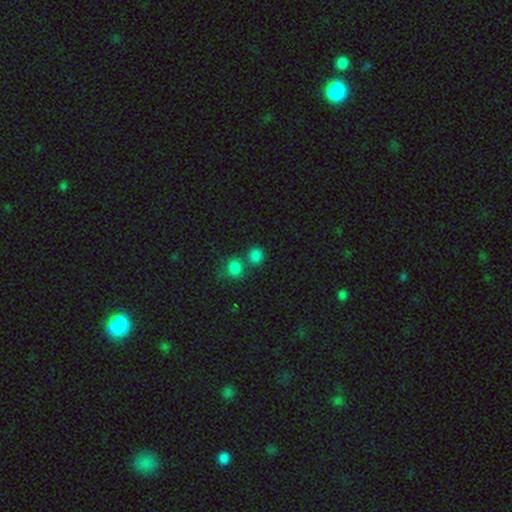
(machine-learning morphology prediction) The model was most divided on "merging": none: 57%, merger: 32%, minor disturbance: 8%, major disturbance: 4%. More confident: smooth or featured — smooth (81%); how rounded — round (79%).